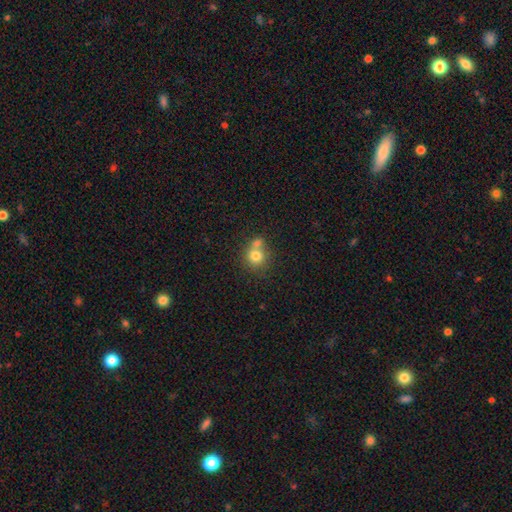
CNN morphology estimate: This is likely a smooth galaxy (77%). How rounded: clearly round (85%). Merging: marginally merger (44%).